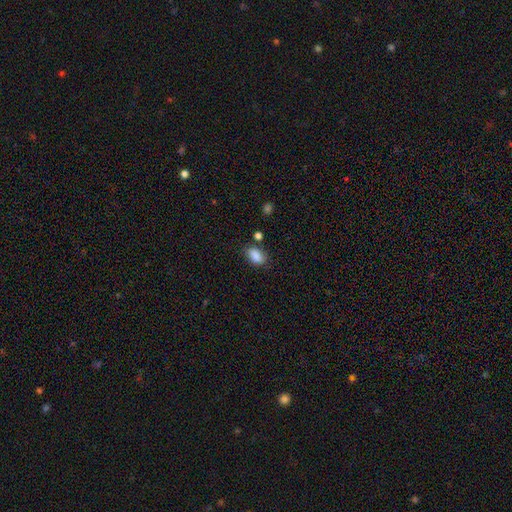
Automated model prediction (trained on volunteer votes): Smooth or featured?
  - smooth: 87% *
  - star or artifact: 9%
  - featured or disk: 5%
How rounded?
  - in between: 86% *
  - round: 12%
  - cigar-shaped: 2%
Merging?
  - none: 71% *
  - minor disturbance: 18%
  - merger: 6%
  - major disturbance: 4%